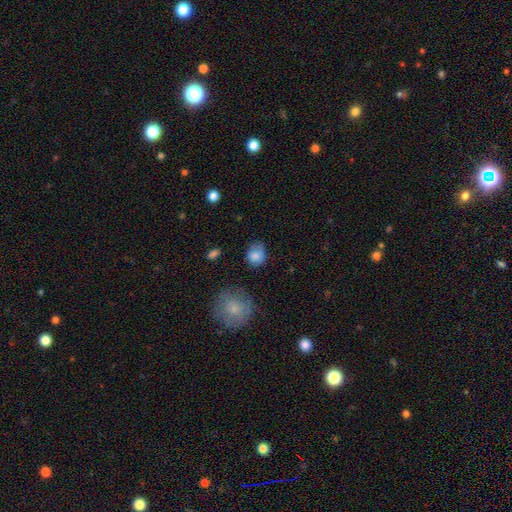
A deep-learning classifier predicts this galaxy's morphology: Smooth or featured?
  - smooth: 82% *
  - featured or disk: 10%
  - star or artifact: 9%
How rounded?
  - round: 65% *
  - in between: 34%
  - cigar-shaped: 1%
Merging?
  - none: 60% *
  - minor disturbance: 29%
  - major disturbance: 9%
  - merger: 3%